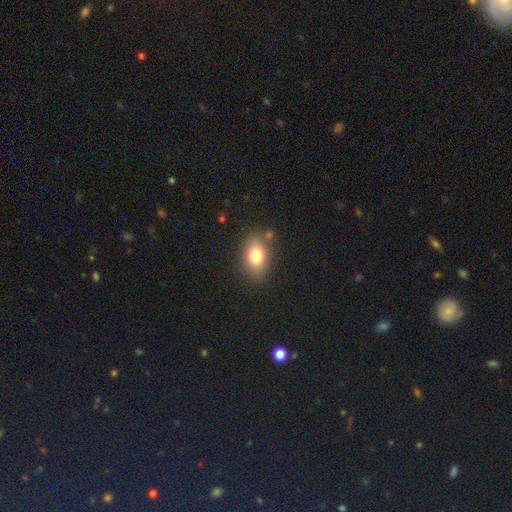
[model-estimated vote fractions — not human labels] Overall: smooth (79%). How rounded: in between (85%). Merging: none (79%).